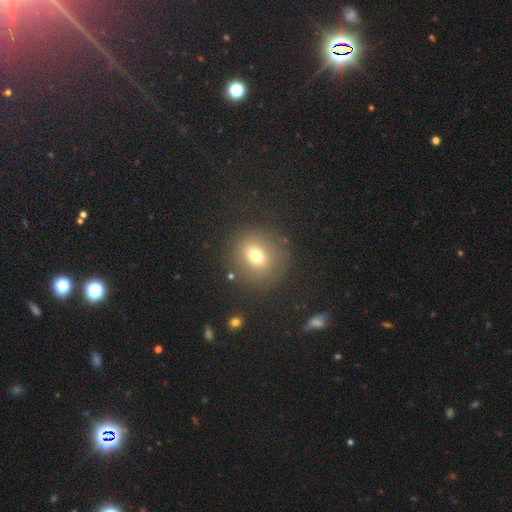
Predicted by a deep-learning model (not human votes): smooth_or_featured: smooth (p=0.71) [alt: star or artifact p=0.16]
how_rounded: round (p=0.83) [alt: in between p=0.16]
merging: none (p=0.84) [alt: minor disturbance p=0.09]